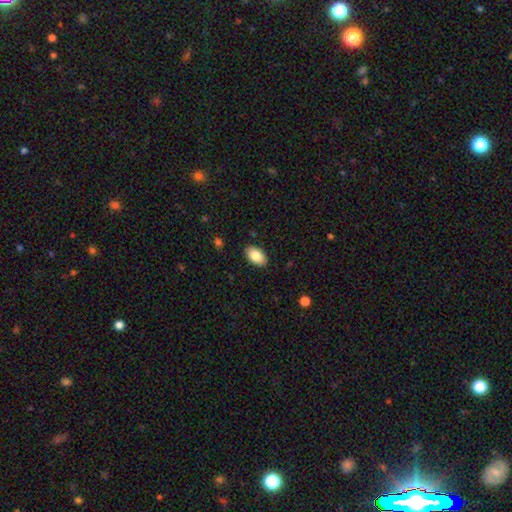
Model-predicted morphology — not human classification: smooth 84%, featured or disk 9%, star or artifact 7%. Down the decision tree: how rounded — in between (94%); merging — none (88%).